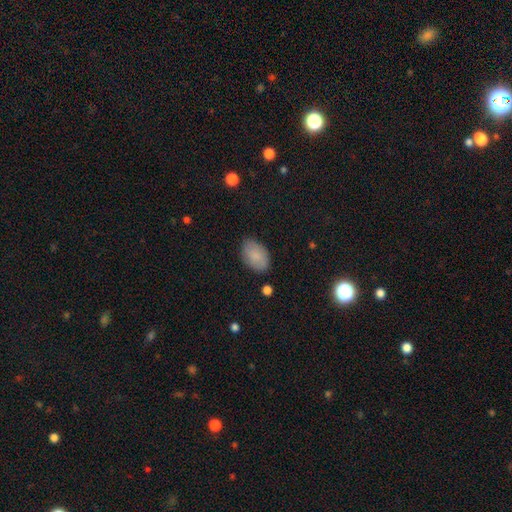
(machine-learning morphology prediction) This is clearly a smooth galaxy (85%). How rounded: clearly in between (91%). Merging: clearly none (83%).